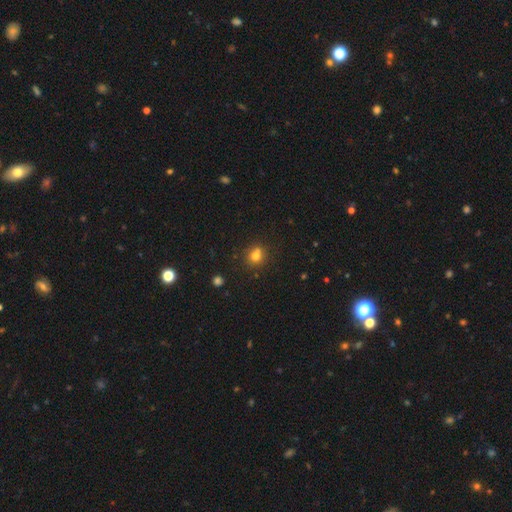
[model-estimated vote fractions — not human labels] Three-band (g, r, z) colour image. It shows a smooth galaxy with no disk features (74%) that is round (82%). Merging: none (61%).